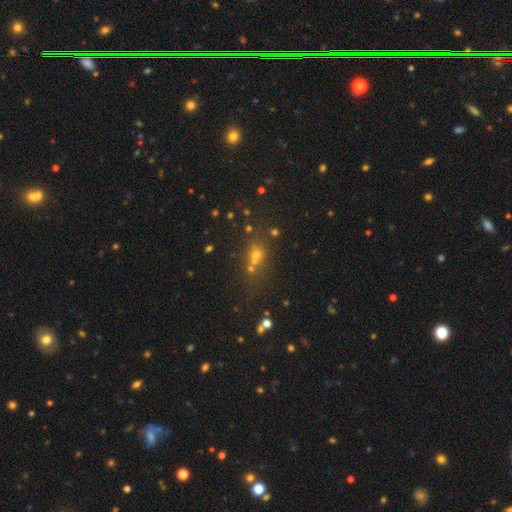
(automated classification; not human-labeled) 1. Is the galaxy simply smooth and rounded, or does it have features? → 48% smooth, 36% star or artifact, 16% featured or disk.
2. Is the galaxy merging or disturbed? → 49% none, 33% merger, 11% minor disturbance, 7% major disturbance.